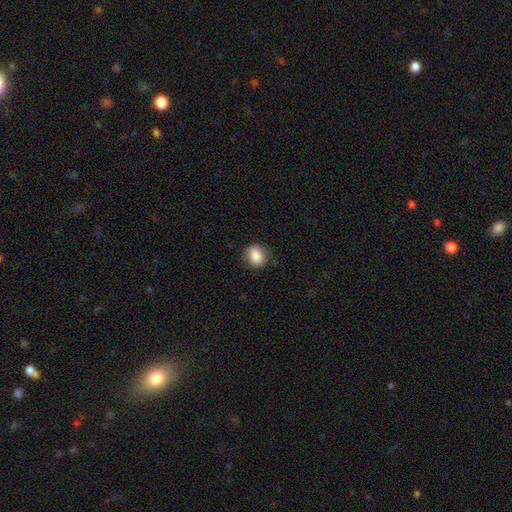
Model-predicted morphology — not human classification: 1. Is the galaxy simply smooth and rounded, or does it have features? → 85% smooth, 8% star or artifact, 7% featured or disk.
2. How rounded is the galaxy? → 50% round, 49% in between, 1% cigar-shaped.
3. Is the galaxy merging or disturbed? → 77% none, 17% minor disturbance, 5% major disturbance, 1% merger.